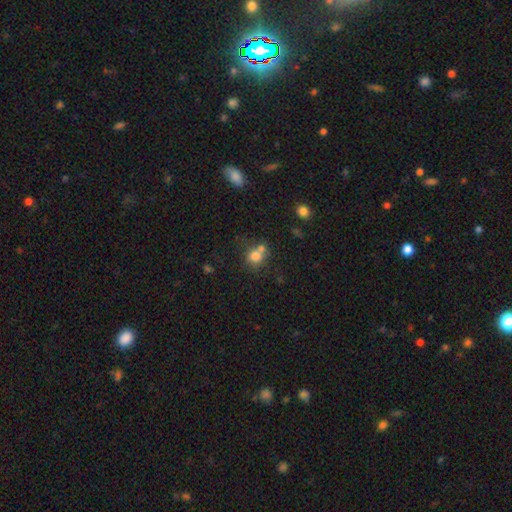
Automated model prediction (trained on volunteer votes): The model was most divided on "merging": none: 44%, merger: 40%, minor disturbance: 11%, major disturbance: 5%. More confident: how rounded — round (79%); smooth or featured — smooth (77%).